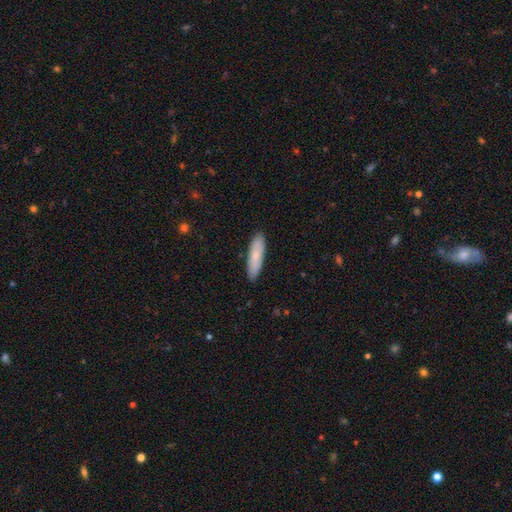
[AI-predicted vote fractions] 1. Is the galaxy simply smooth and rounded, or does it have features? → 74% smooth, 20% featured or disk, 6% star or artifact.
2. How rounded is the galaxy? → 65% cigar-shaped, 33% in between, 2% round.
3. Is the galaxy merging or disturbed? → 89% none, 9% minor disturbance, 2% major disturbance, 1% merger.